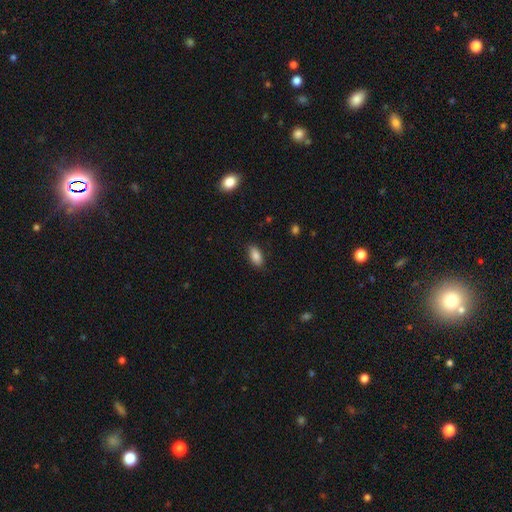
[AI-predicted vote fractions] Smooth or featured? smooth (87%)
How rounded? in between (90%)
Merging? none (86%)